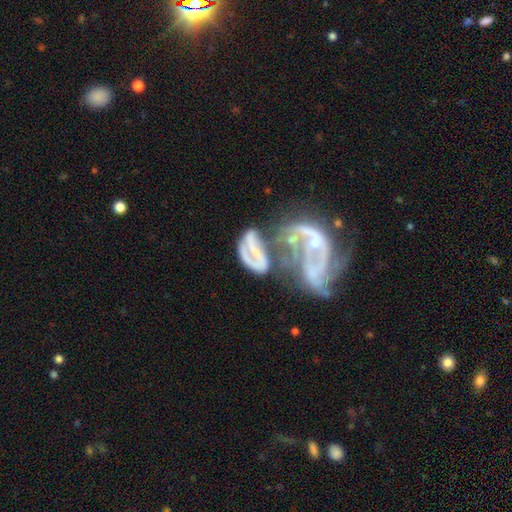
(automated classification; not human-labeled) Smooth or featured?
  - featured or disk: 72% *
  - smooth: 17%
  - star or artifact: 11%
Edge-on disk?
  - no: 96% *
  - yes: 4%
Bar?
  - no: 44% *
  - strong: 29%
  - weak: 27%
Spiral arms?
  - yes: 69% *
  - no: 31%
Bulge size?
  - none: 45% *
  - small: 34%
  - moderate: 16%
  - large: 3%
  - dominant: 2%
Merging?
  - merger: 59% *
  - major disturbance: 23%
  - none: 10%
  - minor disturbance: 8%